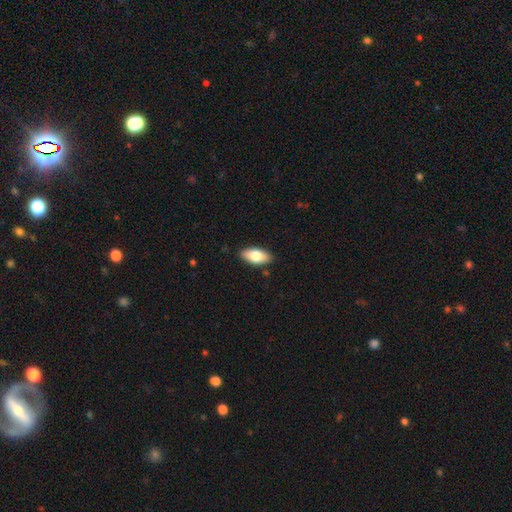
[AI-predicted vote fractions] Smooth or featured? Predicted: smooth (p=0.76). How rounded? Predicted: in between (p=0.91). Merging? Predicted: none (p=0.88).